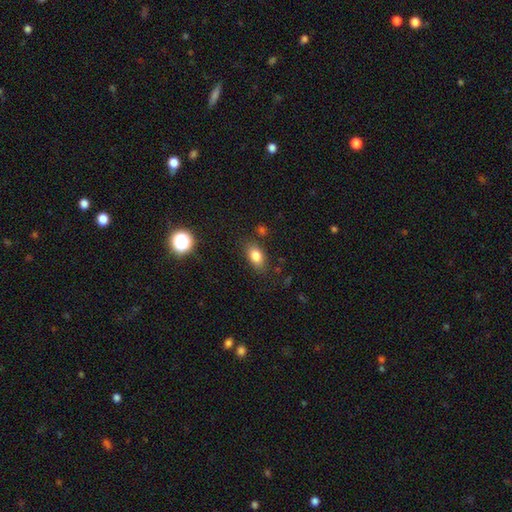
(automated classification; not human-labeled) This is clearly a smooth galaxy (81%). How rounded: clearly in between (82%). Merging: clearly none (81%).